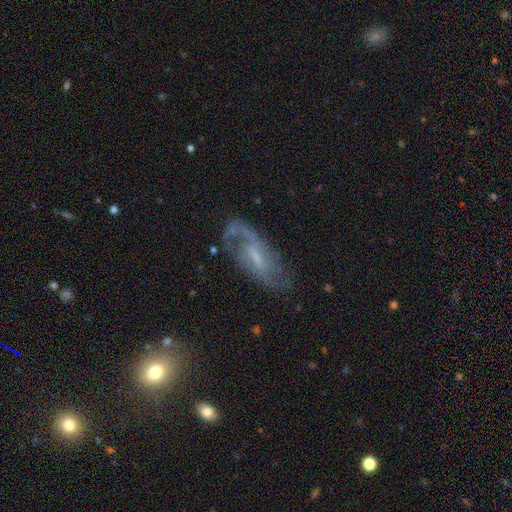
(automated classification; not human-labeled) This appears to be a featured or disk galaxy (78%) with a weak bar (53%), 2 (53%) medium (44%) spiral arms (91%) and a small central bulge (50%). Merging: none (63%).